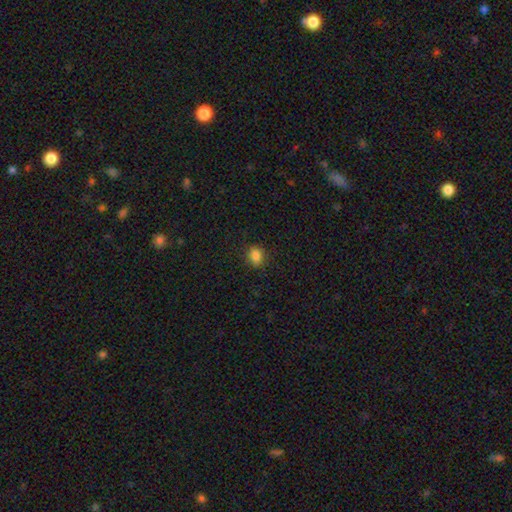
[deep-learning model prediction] Morphology: type=smooth (84%); roundness=round (59%); merging=none (87%).